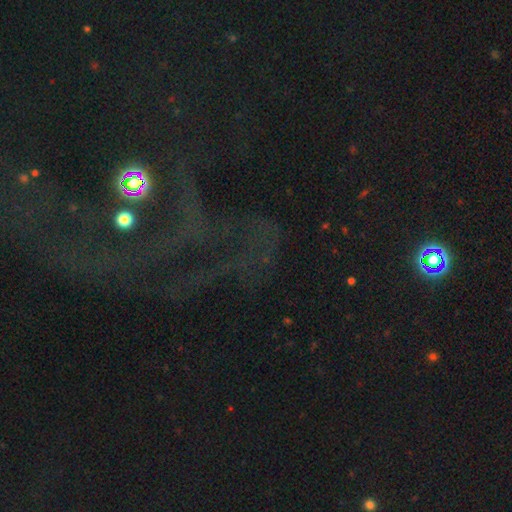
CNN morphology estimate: Smooth or featured? Predicted: star or artifact (p=0.72).